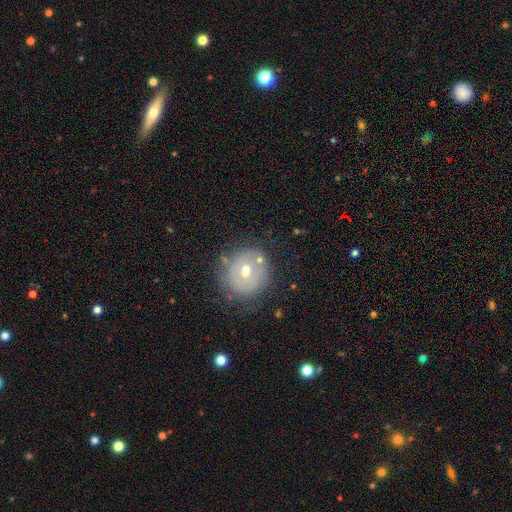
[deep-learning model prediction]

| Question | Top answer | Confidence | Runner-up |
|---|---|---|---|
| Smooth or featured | smooth | 45% | featured or disk (43%) |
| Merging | none | 73% | minor disturbance (16%) |